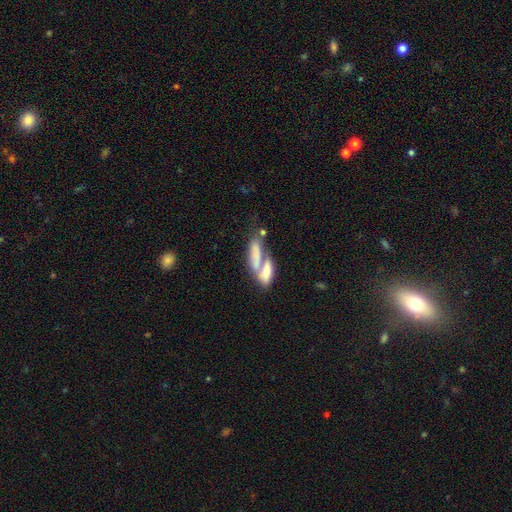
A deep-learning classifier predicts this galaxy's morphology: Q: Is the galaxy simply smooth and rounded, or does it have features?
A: smooth — 68%.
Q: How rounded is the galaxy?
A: in between — 59%.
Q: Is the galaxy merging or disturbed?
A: merger — 65%.